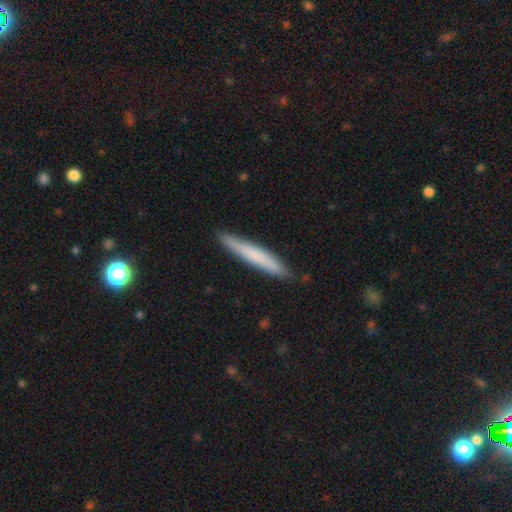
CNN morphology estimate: Smooth or featured: smooth — 69% (featured or disk — 25%)
How rounded: cigar-shaped — 95% (in between — 4%)
Merging: none — 89% (minor disturbance — 9%)